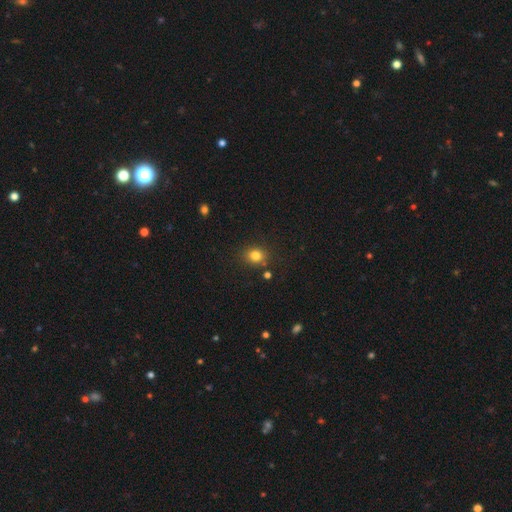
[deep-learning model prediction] Overall: smooth (81%). How rounded: round (71%). Merging: none (81%).